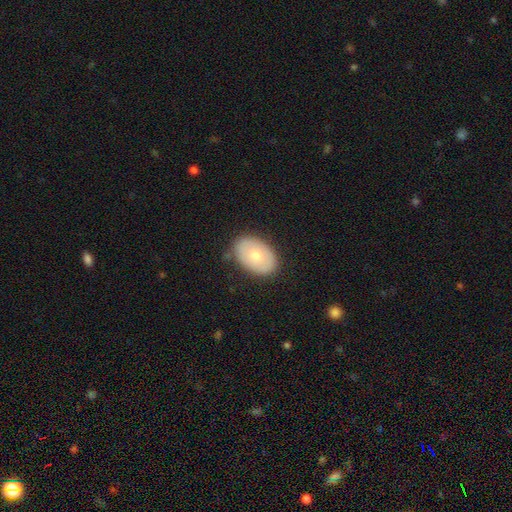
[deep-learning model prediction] smooth_or_featured: smooth (p=0.69) [alt: featured or disk p=0.25]
how_rounded: in between (p=0.87) [alt: round p=0.12]
merging: none (p=0.83) [alt: minor disturbance p=0.13]